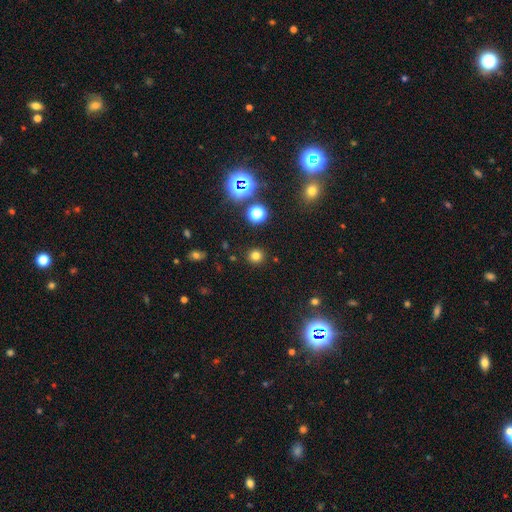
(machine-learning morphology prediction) Smooth or featured? smooth (75%)
How rounded? round (92%)
Merging? none (90%)